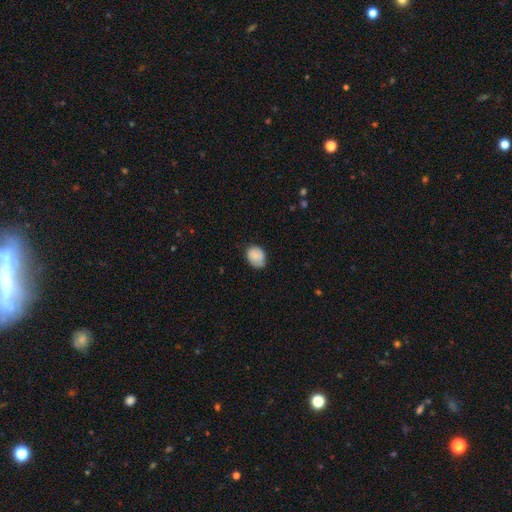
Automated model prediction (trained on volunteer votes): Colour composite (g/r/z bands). It shows a smooth galaxy with no disk features (82%) that is in between round and cigar-shaped (57%). Merging: none (60%).